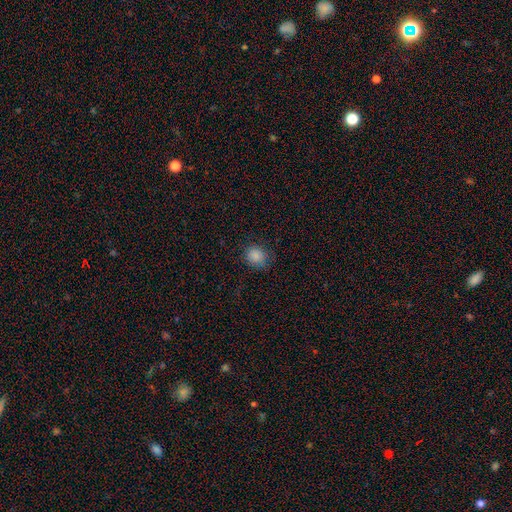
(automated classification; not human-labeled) smooth 85%, star or artifact 11%, featured or disk 4%. Down the decision tree: how rounded — round (79%); merging — none (82%).